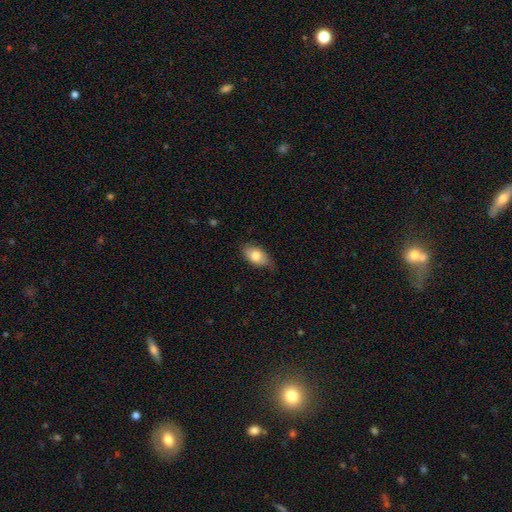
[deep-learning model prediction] smooth-or-featured: smooth: 77% | featured or disk: 16% | star or artifact: 7%
  how-rounded: in between: 92% | round: 6% | cigar-shaped: 3%
  merging: none: 68% | minor disturbance: 26% | major disturbance: 5% | merger: 1%